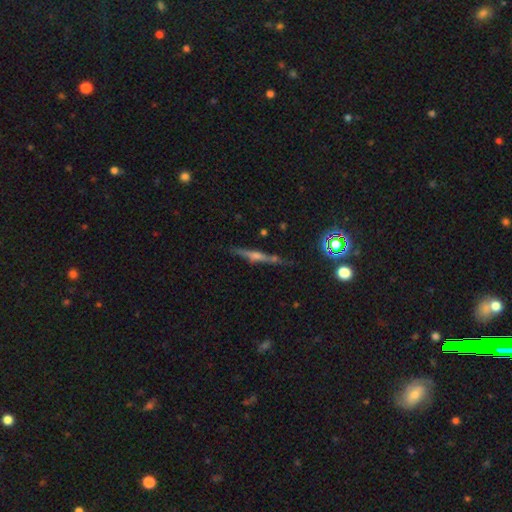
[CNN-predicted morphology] This is likely a featured or disk galaxy (68%). It is clearly viewed edge-on (96%). Edge-on bulge: likely rounded (73%). Merging: clearly none (82%).